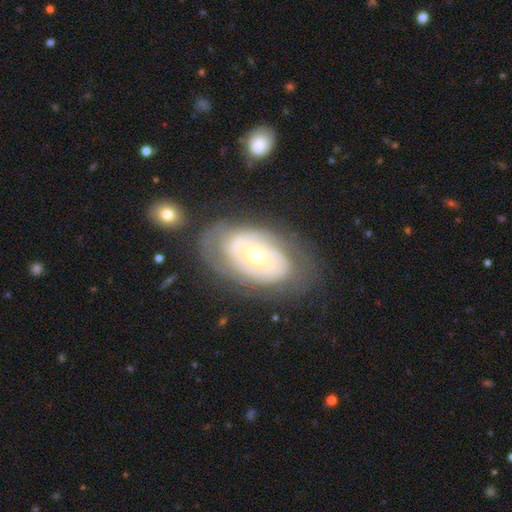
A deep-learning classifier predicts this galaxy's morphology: smooth_or_featured: featured or disk (p=0.79) [alt: smooth p=0.15]
disk_edge_on: no (p=0.95) [alt: yes p=0.05]
bar: no (p=0.76) [alt: weak p=0.18]
has_spiral_arms: yes (p=0.80) [alt: no p=0.20]
spiral_winding: tight (p=0.72) [alt: medium p=0.21]
spiral_arm_count: can't tell (p=0.48) [alt: 2 p=0.27]
bulge_size: moderate (p=0.48) [alt: small p=0.47]
merging: none (p=0.65) [alt: minor disturbance p=0.21]